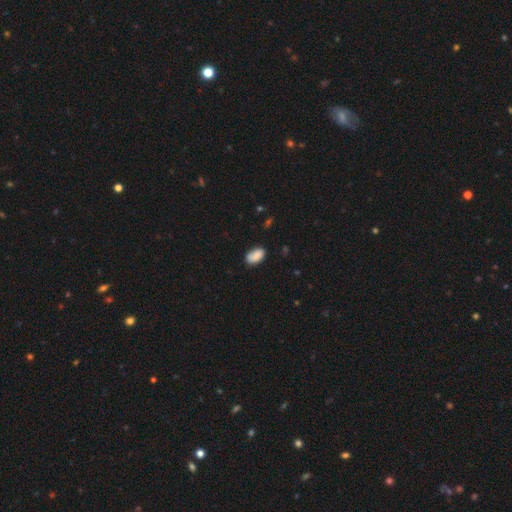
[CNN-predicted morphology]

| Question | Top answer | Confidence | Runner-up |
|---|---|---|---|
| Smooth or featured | smooth | 85% | star or artifact (7%) |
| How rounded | in between | 93% | round (4%) |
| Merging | none | 73% | minor disturbance (20%) |